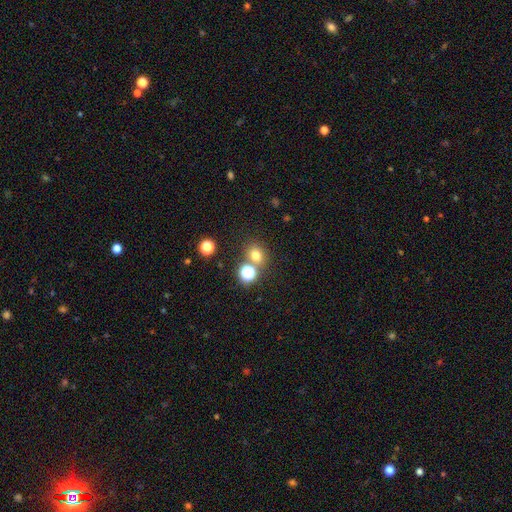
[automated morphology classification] Overall: smooth (71%). How rounded: round (70%). Merging: none (69%).